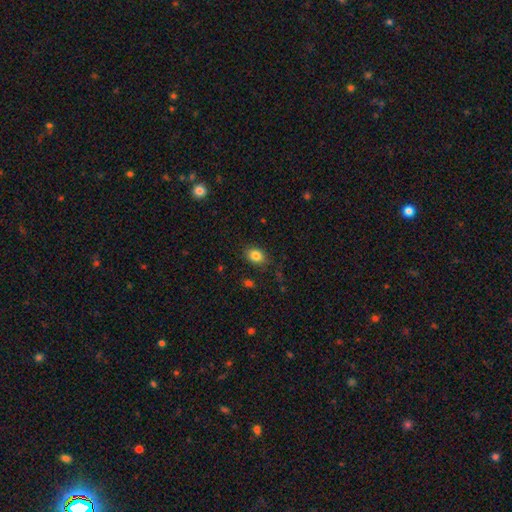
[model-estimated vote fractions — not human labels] Smooth or featured? Predicted: smooth (p=0.84). How rounded? Predicted: in between (p=0.65). Merging? Predicted: none (p=0.84).